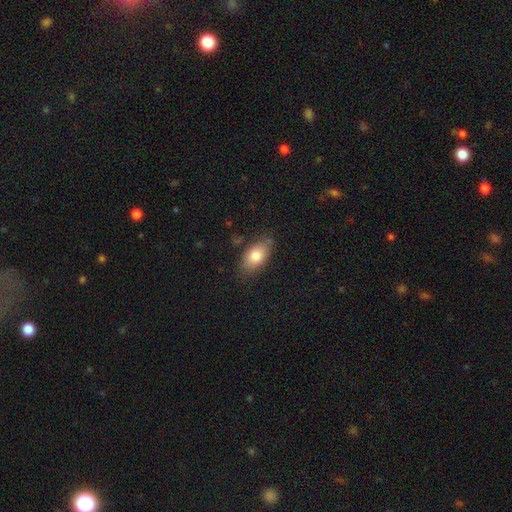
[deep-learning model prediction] Smooth or featured: smooth — 78% (featured or disk — 14%)
How rounded: in between — 88% (round — 7%)
Merging: none — 76% (minor disturbance — 19%)